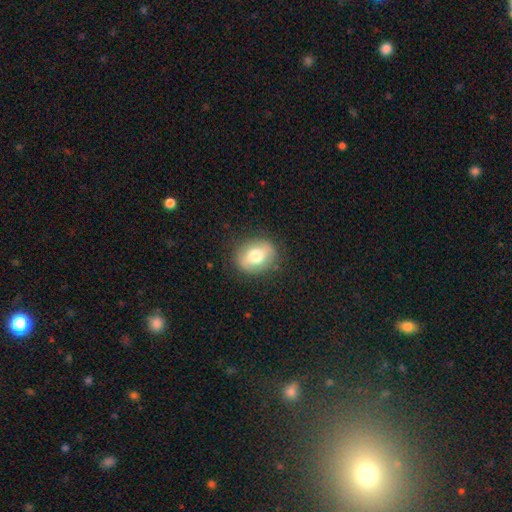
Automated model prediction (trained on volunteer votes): A smooth galaxy with no disk features (64%) that is round (53%).

Vote fractions:
- Smooth or featured? smooth: 64% / featured or disk: 28% / star or artifact: 8%
- How rounded? round: 53% / in between: 46% / cigar-shaped: 1%
- Merging? none: 83% / minor disturbance: 12% / major disturbance: 4% / merger: 1%